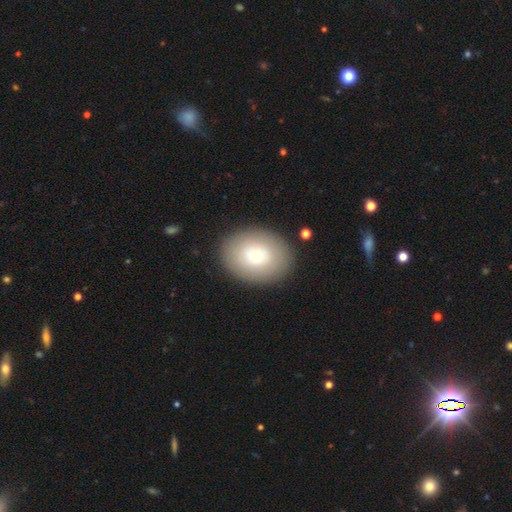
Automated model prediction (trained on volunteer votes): A smooth galaxy with no disk features (80%) that is in between round and cigar-shaped (58%).

Vote fractions:
- Smooth or featured? smooth: 80% / featured or disk: 13% / star or artifact: 7%
- How rounded? in between: 58% / round: 41% / cigar-shaped: 1%
- Merging? none: 85% / minor disturbance: 10% / major disturbance: 3% / merger: 2%